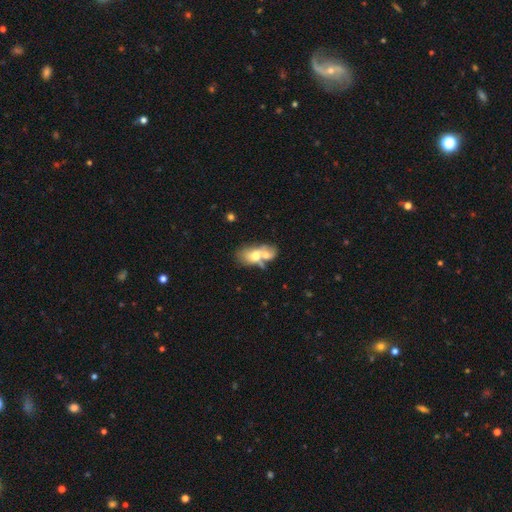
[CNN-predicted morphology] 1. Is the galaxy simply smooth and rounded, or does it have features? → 60% smooth, 32% featured or disk, 7% star or artifact.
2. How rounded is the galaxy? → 81% in between, 16% round, 3% cigar-shaped.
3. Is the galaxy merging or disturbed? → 72% merger, 14% none, 7% minor disturbance, 6% major disturbance.